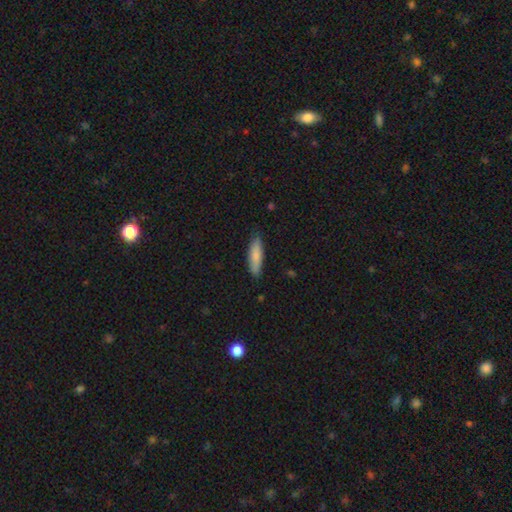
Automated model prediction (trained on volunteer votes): The model was most divided on "how rounded": cigar-shaped: 62%, in between: 36%, round: 1%. More confident: merging — none (85%); smooth or featured — smooth (84%).